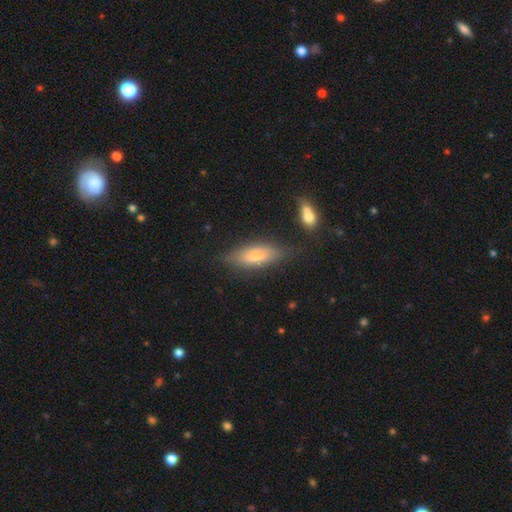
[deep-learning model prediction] smooth 60%, featured or disk 32%, star or artifact 8%. Down the decision tree: how rounded — in between (50%); merging — none (76%).